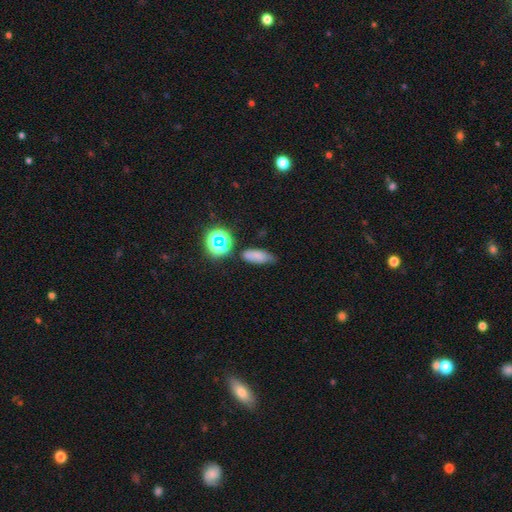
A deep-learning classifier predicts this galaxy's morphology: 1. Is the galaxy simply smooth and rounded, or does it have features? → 70% smooth, 18% star or artifact, 11% featured or disk.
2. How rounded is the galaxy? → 78% in between, 14% cigar-shaped, 8% round.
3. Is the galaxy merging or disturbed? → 65% none, 24% minor disturbance, 6% major disturbance, 5% merger.